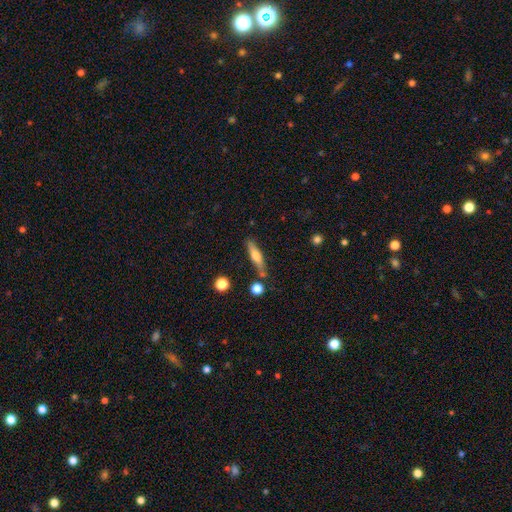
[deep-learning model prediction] smooth 54%, featured or disk 39%, star or artifact 7%. Down the decision tree: how rounded — cigar-shaped (78%); merging — none (75%).